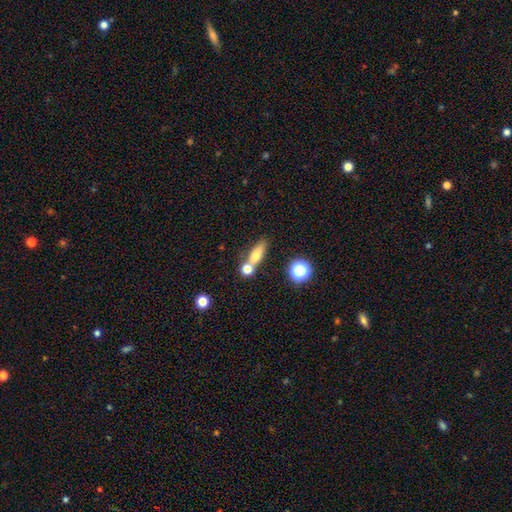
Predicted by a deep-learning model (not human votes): smooth_or_featured: smooth (p=0.69) [alt: featured or disk p=0.19]
how_rounded: in between (p=0.52) [alt: cigar-shaped p=0.28]
merging: none (p=0.48) [alt: merger p=0.37]